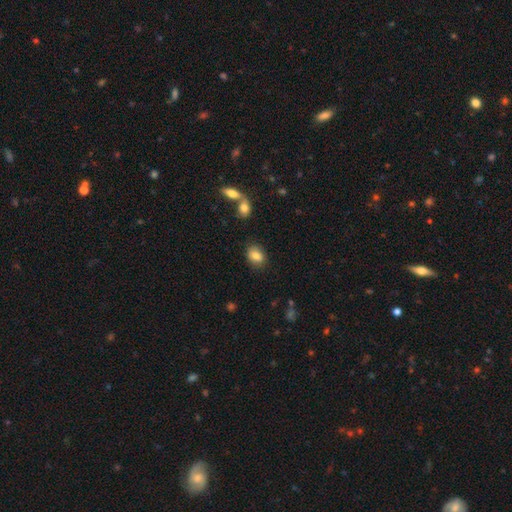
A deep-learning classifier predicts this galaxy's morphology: Smooth or featured? Predicted: smooth (p=0.82). How rounded? Predicted: in between (p=0.72). Merging? Predicted: none (p=0.81).